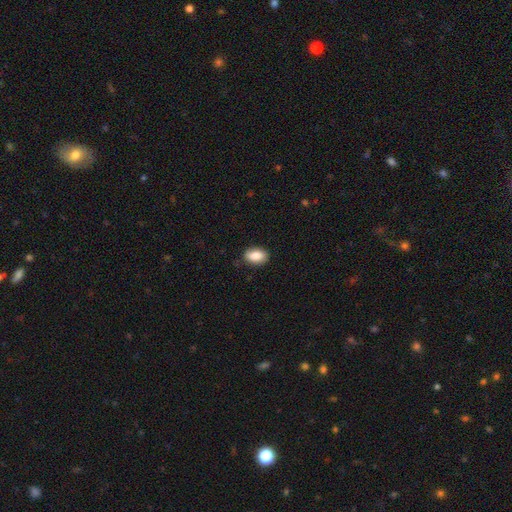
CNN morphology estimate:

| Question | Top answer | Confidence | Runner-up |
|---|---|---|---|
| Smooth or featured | smooth | 88% | star or artifact (7%) |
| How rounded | in between | 90% | round (8%) |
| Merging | none | 87% | minor disturbance (10%) |